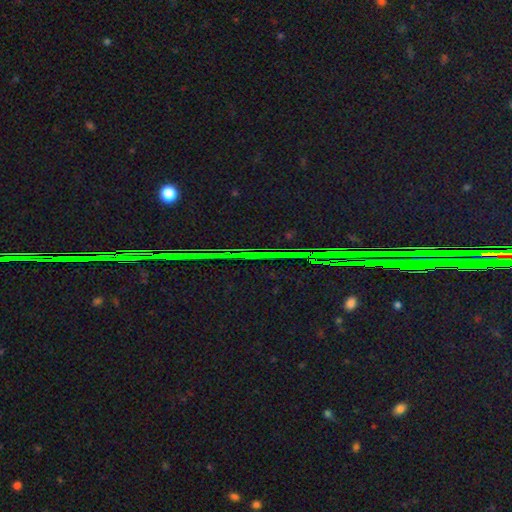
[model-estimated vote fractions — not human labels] Smooth or featured? Predicted: star or artifact (p=0.88).